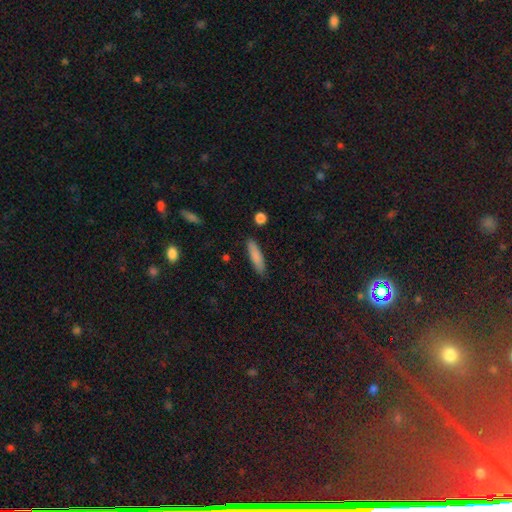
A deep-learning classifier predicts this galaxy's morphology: This is clearly a smooth galaxy (83%). How rounded: likely cigar-shaped (74%). Merging: clearly none (87%).